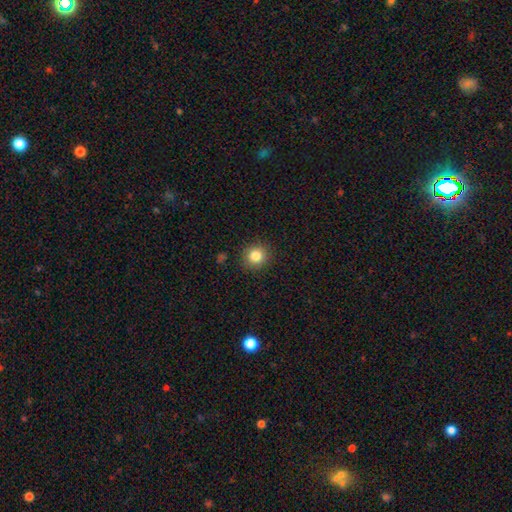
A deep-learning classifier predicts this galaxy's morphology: Smooth or featured? Predicted: smooth (p=0.83). How rounded? Predicted: round (p=0.89). Merging? Predicted: none (p=0.90).